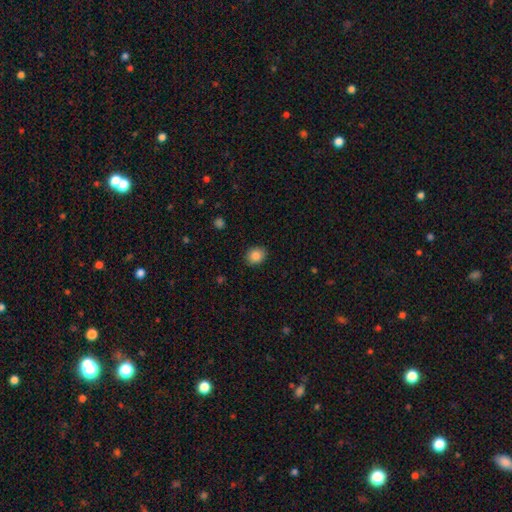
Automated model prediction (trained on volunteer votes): A smooth galaxy with no disk features (86%) that is round (55%). Merging: none (89%).